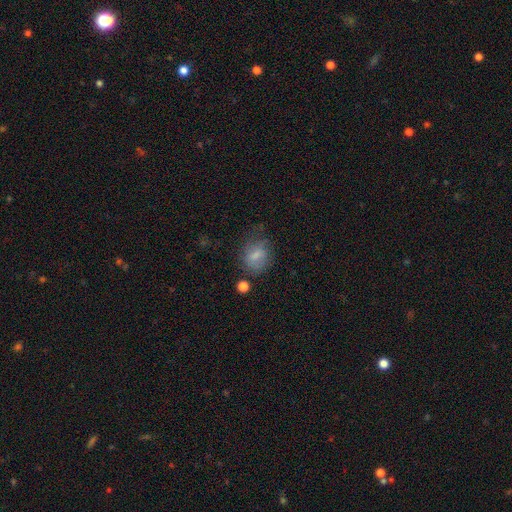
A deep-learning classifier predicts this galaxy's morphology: A smooth galaxy with no disk features (71%) that is in between round and cigar-shaped (51%).

Vote fractions:
- Smooth or featured? smooth: 71% / featured or disk: 19% / star or artifact: 10%
- How rounded? in between: 51% / round: 47% / cigar-shaped: 2%
- Merging? none: 55% / minor disturbance: 27% / major disturbance: 15% / merger: 4%